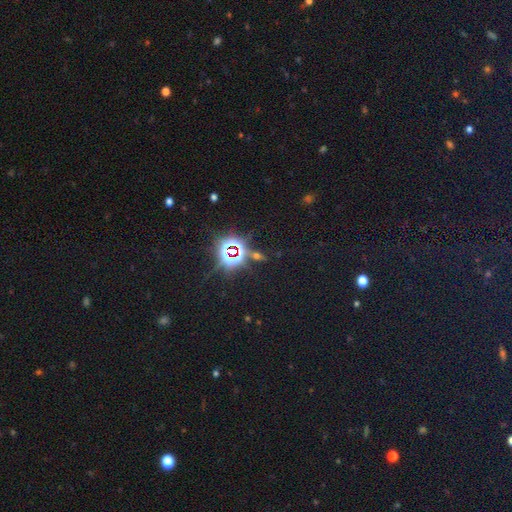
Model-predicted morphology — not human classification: Overall: star or artifact (81%).